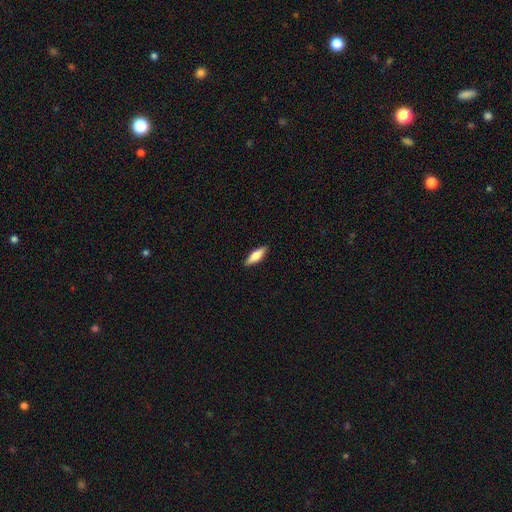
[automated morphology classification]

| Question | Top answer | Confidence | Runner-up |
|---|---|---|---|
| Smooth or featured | smooth | 64% | featured or disk (30%) |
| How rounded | cigar-shaped | 49% | tied: in between (49%) |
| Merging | none | 90% | minor disturbance (8%) |